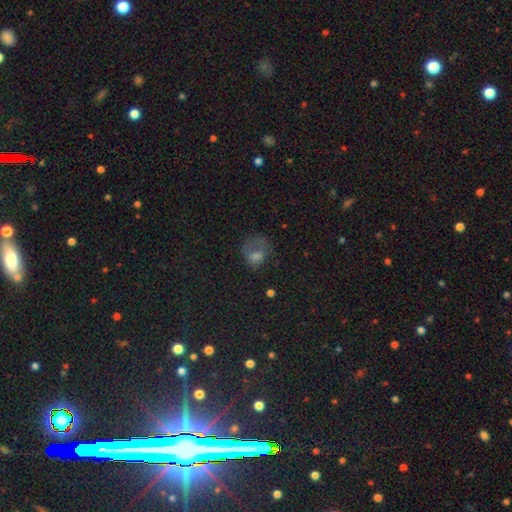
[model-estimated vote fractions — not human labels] The model was most divided on "merging": major disturbance: 37%, none: 36%, minor disturbance: 24%, merger: 3%. More confident: smooth or featured — smooth (55%); how rounded — round (54%).